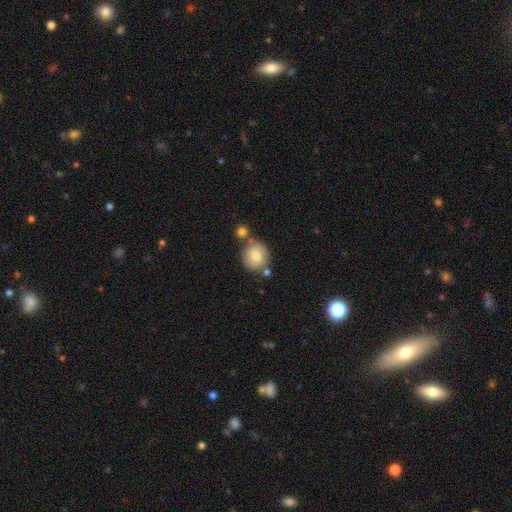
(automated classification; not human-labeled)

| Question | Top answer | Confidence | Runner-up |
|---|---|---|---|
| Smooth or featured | smooth | 74% | featured or disk (19%) |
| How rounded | round | 86% | in between (13%) |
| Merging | none | 63% | merger (18%) |